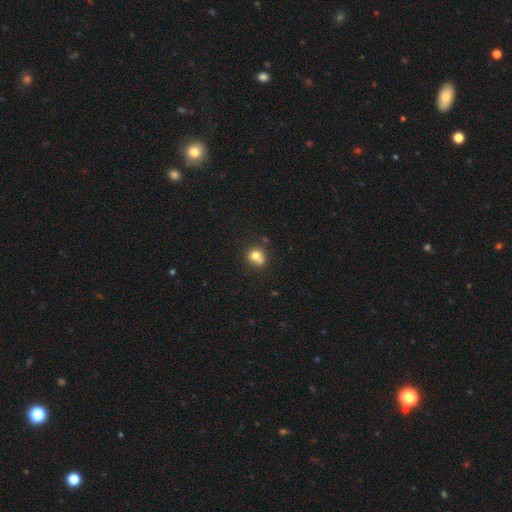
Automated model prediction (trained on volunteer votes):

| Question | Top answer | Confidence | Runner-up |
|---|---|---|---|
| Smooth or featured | smooth | 74% | featured or disk (14%) |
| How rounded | round | 80% | in between (19%) |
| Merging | none | 50% | merger (30%) |